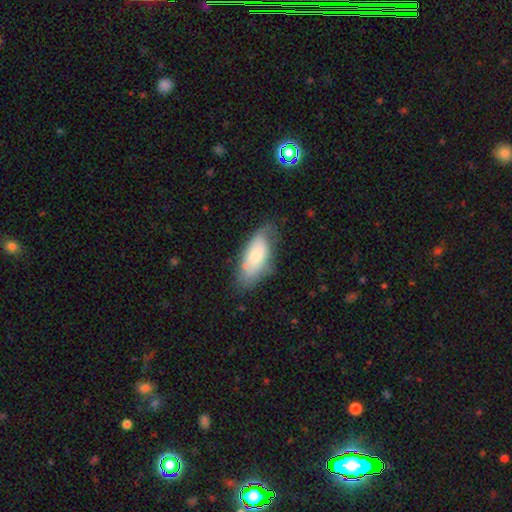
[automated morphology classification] Smooth or featured? smooth (66%)
How rounded? in between (86%)
Merging? none (55%)